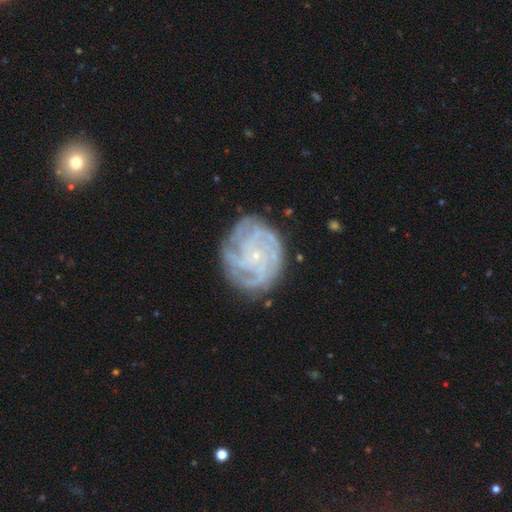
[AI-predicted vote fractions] Smooth or featured? Predicted: featured or disk (p=0.85). Edge-on disk? Predicted: no (p=0.98). Bar? Predicted: no (p=0.78). Spiral arms? Predicted: yes (p=0.97). Spiral winding? Predicted: tight (p=0.71). Spiral arm count? Predicted: 4 (p=0.31). Bulge size? Predicted: small (p=0.87). Merging? Predicted: none (p=0.78).